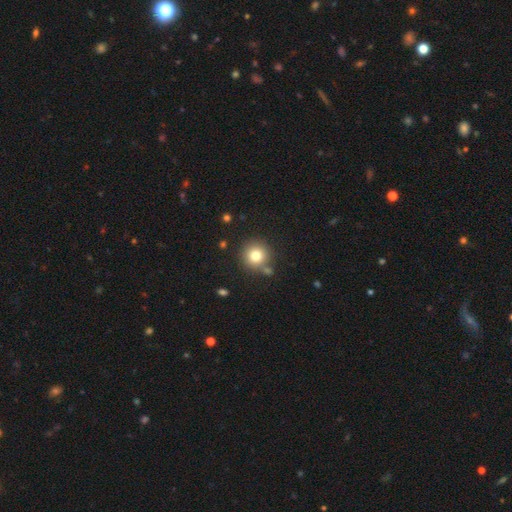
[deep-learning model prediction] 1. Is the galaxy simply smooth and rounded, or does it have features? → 78% smooth, 12% star or artifact, 10% featured or disk.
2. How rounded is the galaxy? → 94% round, 5% in between, 1% cigar-shaped.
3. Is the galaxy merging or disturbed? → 79% none, 9% minor disturbance, 9% merger, 3% major disturbance.